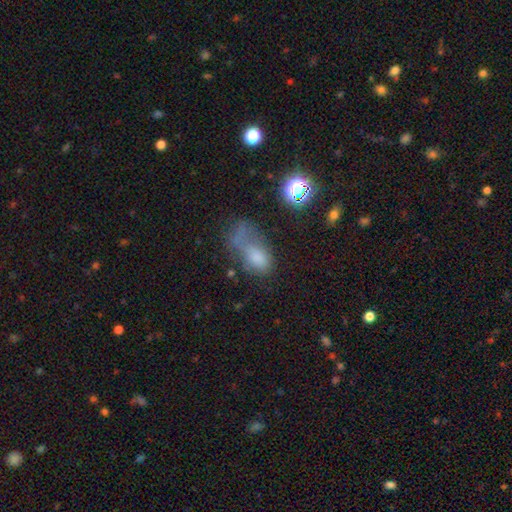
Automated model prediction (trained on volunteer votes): A smooth galaxy with no disk features (60%) that is in between round and cigar-shaped (85%). Merging: major disturbance (44%).